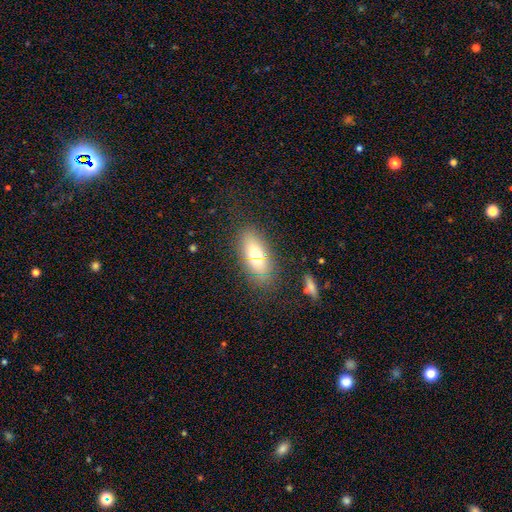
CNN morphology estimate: Overall: smooth (65%). How rounded: in between (79%). Merging: none (81%).